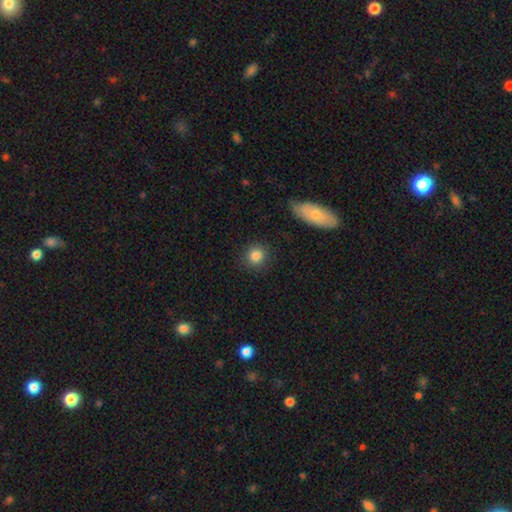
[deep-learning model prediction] smooth 85%, star or artifact 10%, featured or disk 5%. Down the decision tree: how rounded — round (89%); merging — none (89%).